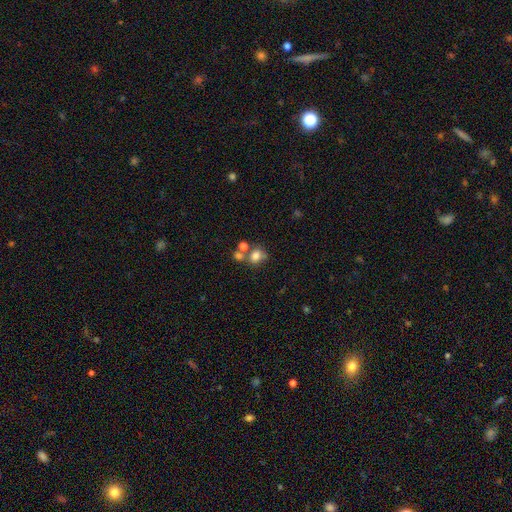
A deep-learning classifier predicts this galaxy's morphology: smooth-or-featured: smooth: 75% | star or artifact: 13% | featured or disk: 12%
  how-rounded: round: 62% | in between: 37% | cigar-shaped: 1%
  merging: none: 46% | merger: 35% | minor disturbance: 12% | major disturbance: 7%